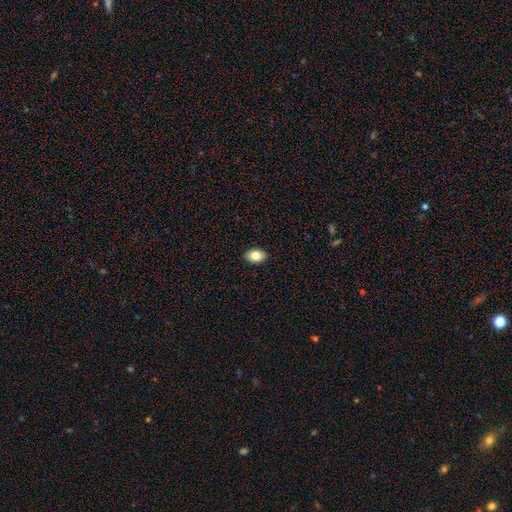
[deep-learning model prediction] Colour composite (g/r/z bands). It shows a smooth galaxy with no disk features (83%) that is in between round and cigar-shaped (86%). Merging: none (90%).